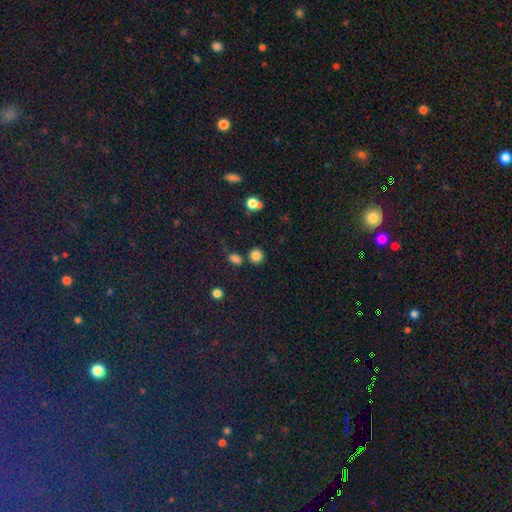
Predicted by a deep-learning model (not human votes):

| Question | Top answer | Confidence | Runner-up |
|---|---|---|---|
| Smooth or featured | smooth | 83% | star or artifact (13%) |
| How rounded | round | 88% | in between (11%) |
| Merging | none | 78% | merger (10%) |